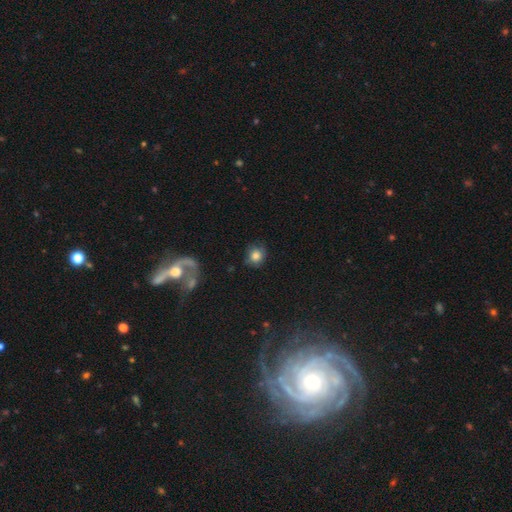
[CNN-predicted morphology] This is likely a smooth galaxy (80%). How rounded: clearly round (82%). Merging: likely none (75%).